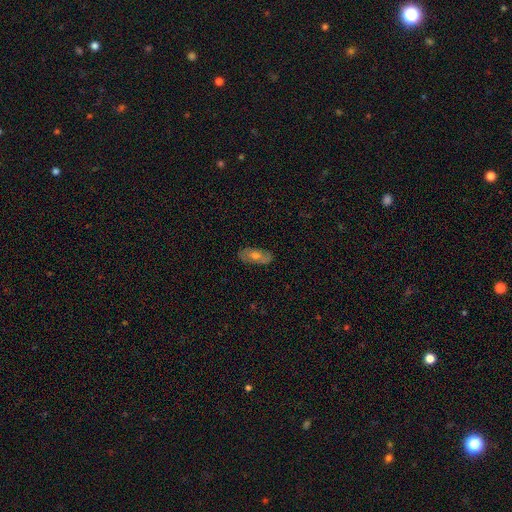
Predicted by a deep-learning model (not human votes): smooth_or_featured: featured or disk (p=0.46) [tied with: smooth p=0.46]
merging: none (p=0.84) [alt: minor disturbance p=0.12]